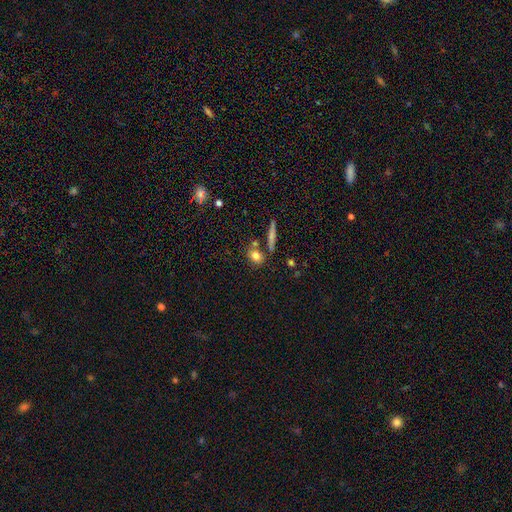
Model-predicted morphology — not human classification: Smooth or featured?
  - smooth: 77% *
  - featured or disk: 13%
  - star or artifact: 10%
How rounded?
  - in between: 48% *
  - round: 44%
  - cigar-shaped: 8%
Merging?
  - none: 69% *
  - merger: 16%
  - minor disturbance: 12%
  - major disturbance: 3%